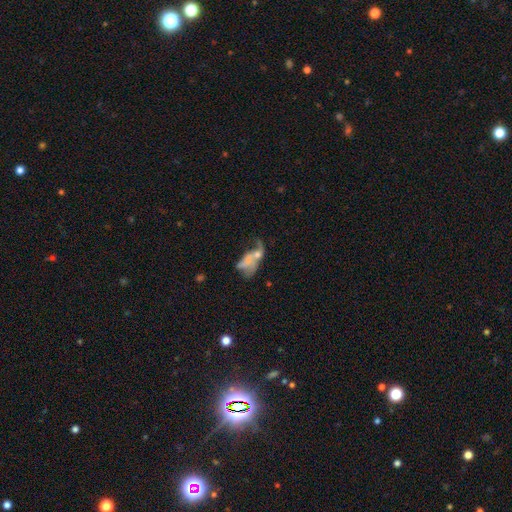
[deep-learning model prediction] Overall: featured or disk (47%; smooth 35%). Merging: merger (37%; major disturbance 31%).